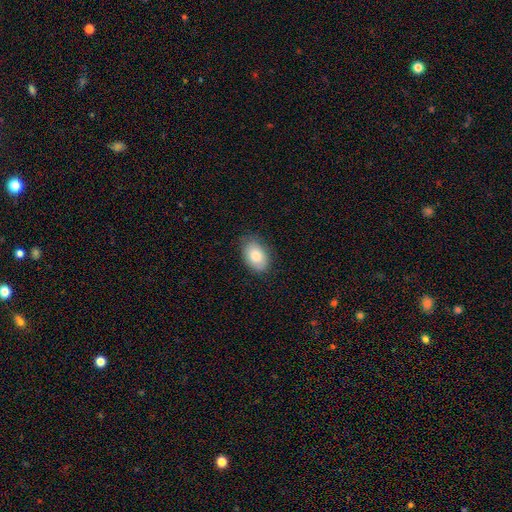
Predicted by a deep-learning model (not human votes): smooth 80%, featured or disk 13%, star or artifact 7%. Down the decision tree: how rounded — in between (89%); merging — none (80%).